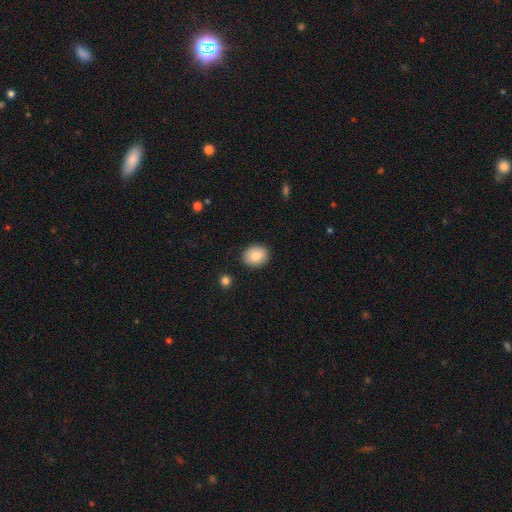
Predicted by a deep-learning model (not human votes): The model was most divided on "how rounded": round: 54%, in between: 45%, cigar-shaped: 1%. More confident: merging — none (88%); smooth or featured — smooth (86%).